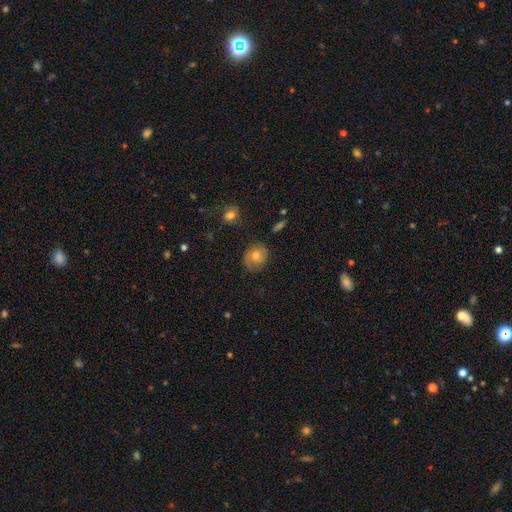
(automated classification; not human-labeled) smooth_or_featured: smooth (p=0.54) [alt: featured or disk p=0.36]
how_rounded: round (p=0.62) [alt: in between p=0.37]
merging: none (p=0.72) [alt: minor disturbance p=0.19]